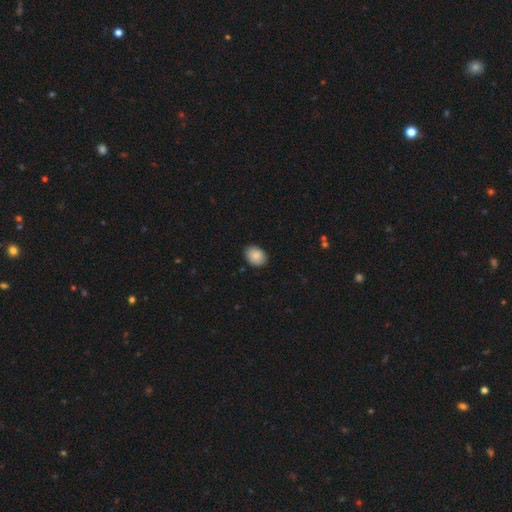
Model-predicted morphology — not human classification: Overall: smooth (88%). How rounded: in between (65%; round 34%). Merging: none (87%).